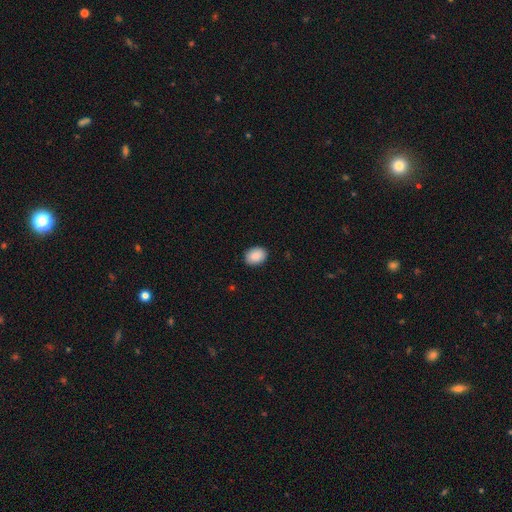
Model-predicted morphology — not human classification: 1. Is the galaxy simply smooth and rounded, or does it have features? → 90% smooth, 7% star or artifact, 3% featured or disk.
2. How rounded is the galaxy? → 71% in between, 29% round, 1% cigar-shaped.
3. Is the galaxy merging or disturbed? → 89% none, 8% minor disturbance, 2% major disturbance, 1% merger.